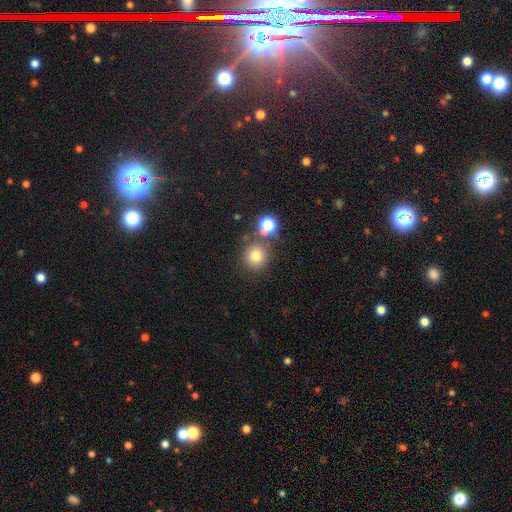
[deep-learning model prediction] Overall: smooth (76%). How rounded: round (91%). Merging: none (74%).